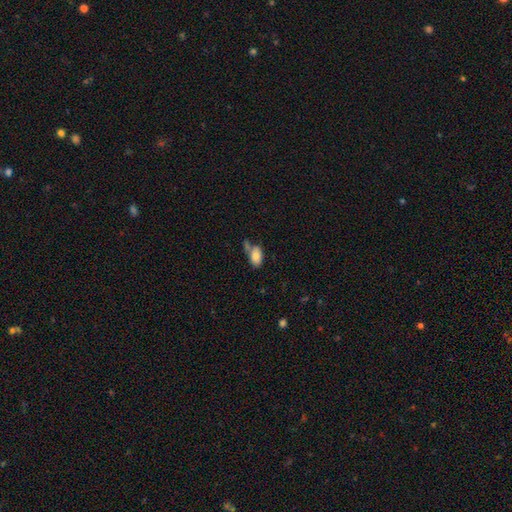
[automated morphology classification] smooth_or_featured: smooth (p=0.81) [alt: featured or disk p=0.11]
how_rounded: in between (p=0.92) [alt: round p=0.05]
merging: none (p=0.42) [alt: merger p=0.27]